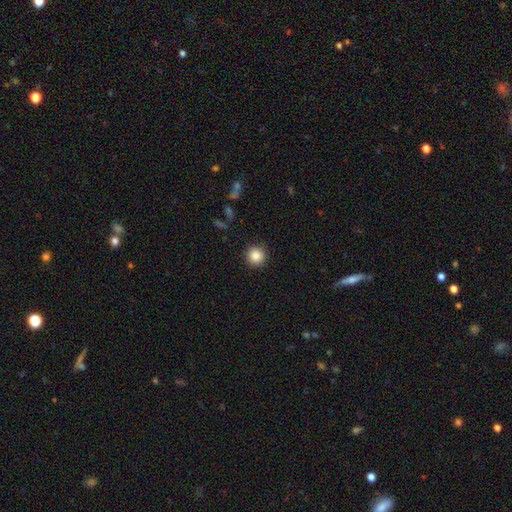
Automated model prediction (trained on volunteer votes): Smooth or featured? smooth (87%)
How rounded? round (95%)
Merging? none (91%)